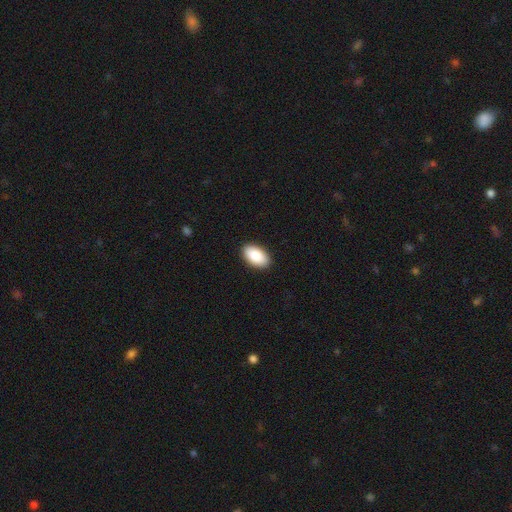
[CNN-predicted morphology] Overall: smooth (89%). How rounded: in between (95%). Merging: none (91%).